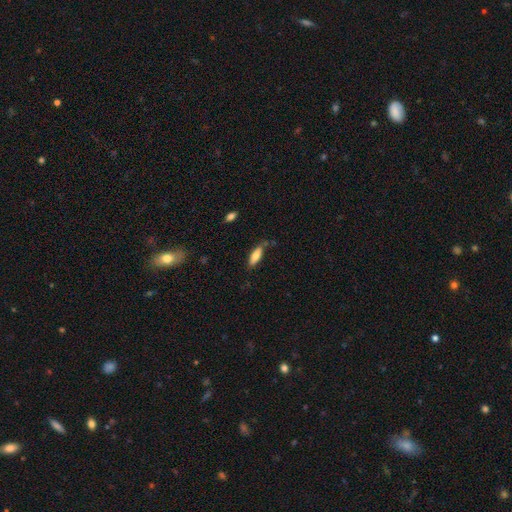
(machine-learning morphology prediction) Q: Smooth or featured?
A: smooth (76%); runner-up: featured or disk (17%)
Q: How rounded?
A: in between (64%); runner-up: cigar-shaped (34%)
Q: Merging?
A: none (67%); runner-up: minor disturbance (23%)